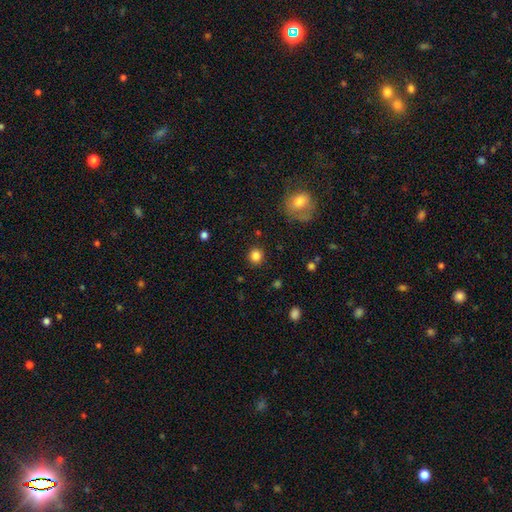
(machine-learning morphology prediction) Smooth or featured? smooth (84%)
How rounded? round (90%)
Merging? none (90%)